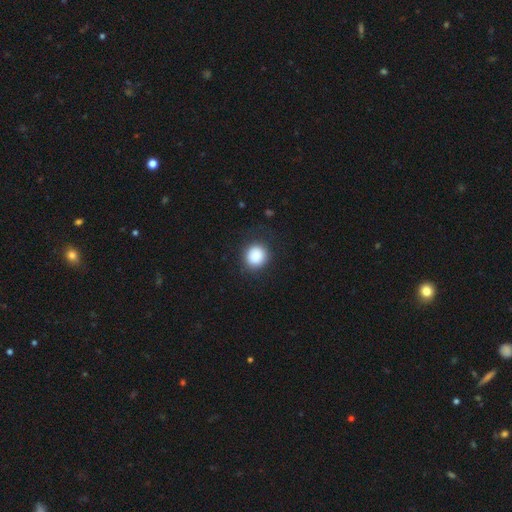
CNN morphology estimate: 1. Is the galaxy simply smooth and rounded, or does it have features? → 88% smooth, 8% star or artifact, 4% featured or disk.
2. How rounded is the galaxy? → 90% round, 9% in between, 1% cigar-shaped.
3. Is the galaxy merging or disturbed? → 86% none, 9% minor disturbance, 4% major disturbance, 1% merger.